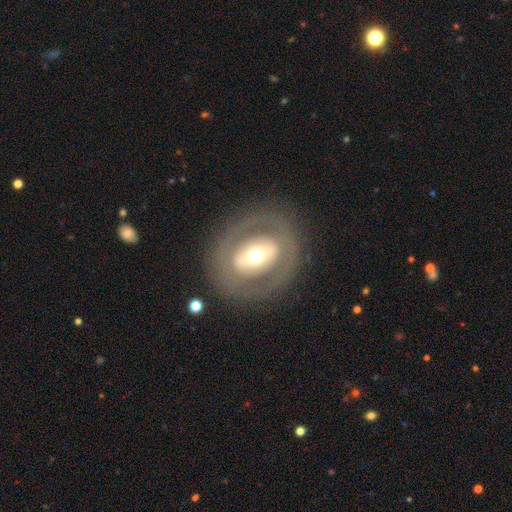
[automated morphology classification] type=featured or disk (56%); edge-on=no (91%); bar=no (47%); spiral arms=no (90%); bulge=moderate (60%); merging=none (80%).